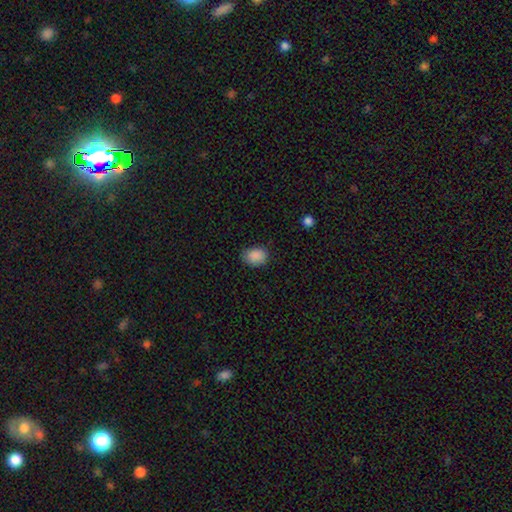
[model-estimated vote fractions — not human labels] Smooth or featured? smooth (88%)
How rounded? in between (67%)
Merging? none (79%)